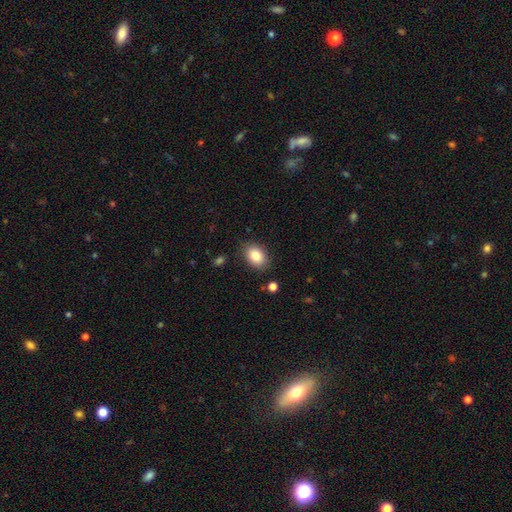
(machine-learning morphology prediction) This is clearly a smooth galaxy (85%). How rounded: clearly in between (82%). Merging: clearly none (85%).